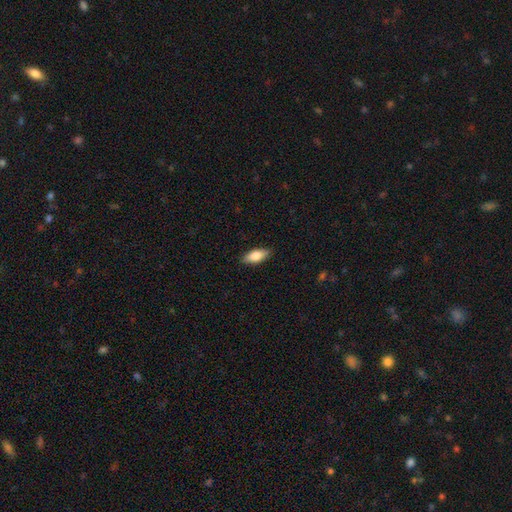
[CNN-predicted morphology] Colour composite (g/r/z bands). It shows a smooth galaxy with no disk features (79%) that is in between round and cigar-shaped (82%). Merging: none (87%).